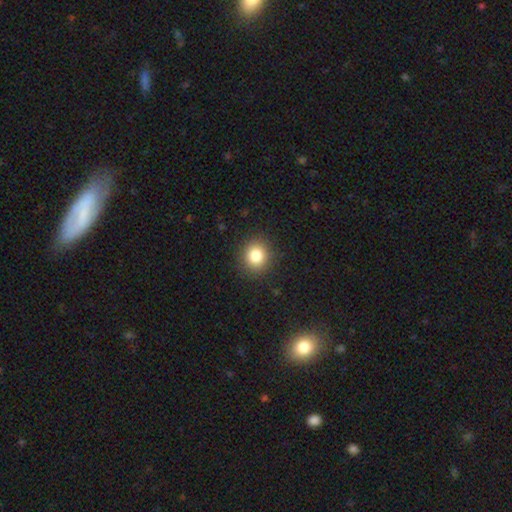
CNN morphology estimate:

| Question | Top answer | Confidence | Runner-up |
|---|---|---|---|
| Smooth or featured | smooth | 83% | star or artifact (11%) |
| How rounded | round | 85% | in between (14%) |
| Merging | none | 90% | minor disturbance (7%) |